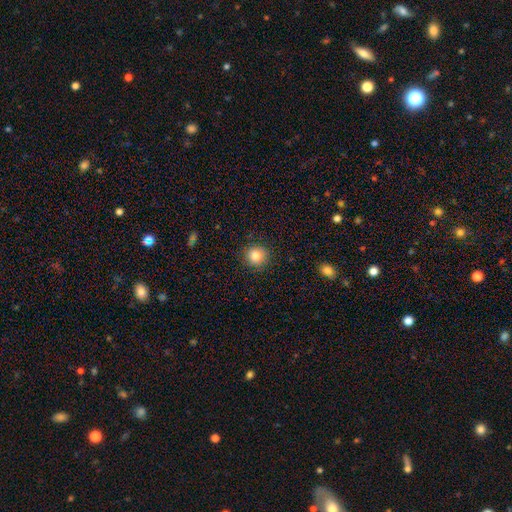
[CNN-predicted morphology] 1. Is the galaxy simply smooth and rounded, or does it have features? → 84% smooth, 10% star or artifact, 6% featured or disk.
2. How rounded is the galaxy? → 92% round, 7% in between, 1% cigar-shaped.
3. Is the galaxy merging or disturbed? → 90% none, 7% minor disturbance, 2% major disturbance, 1% merger.